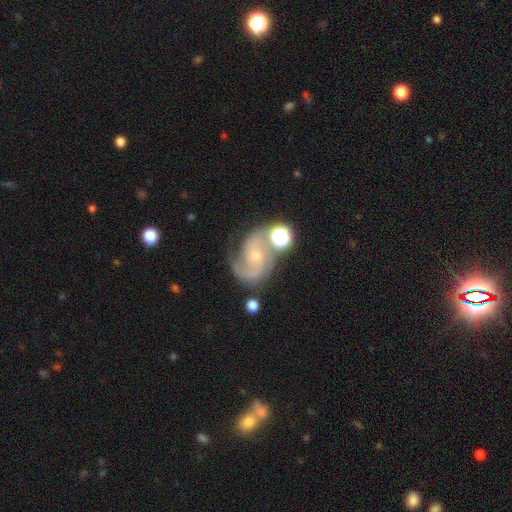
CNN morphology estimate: A featured or disk galaxy (85%) with no bar (60%), 2 (77%) medium (52%) spiral arms (97%) and a small central bulge (68%). Merging: none (57%).